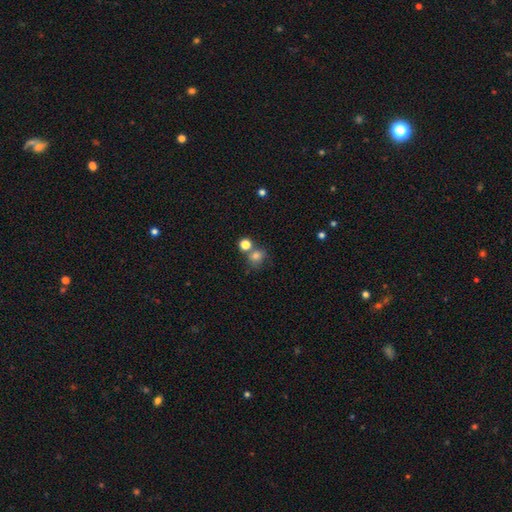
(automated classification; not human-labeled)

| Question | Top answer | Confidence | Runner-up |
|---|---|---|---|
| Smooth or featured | smooth | 75% | star or artifact (15%) |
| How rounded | round | 77% | in between (22%) |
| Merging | none | 54% | merger (28%) |